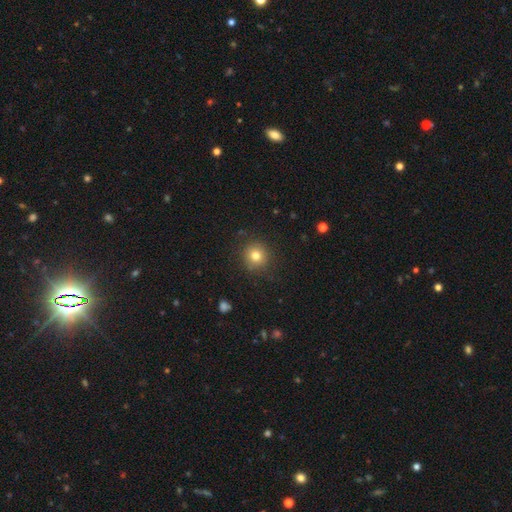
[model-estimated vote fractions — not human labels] Smooth or featured? smooth (79%)
How rounded? round (92%)
Merging? none (88%)